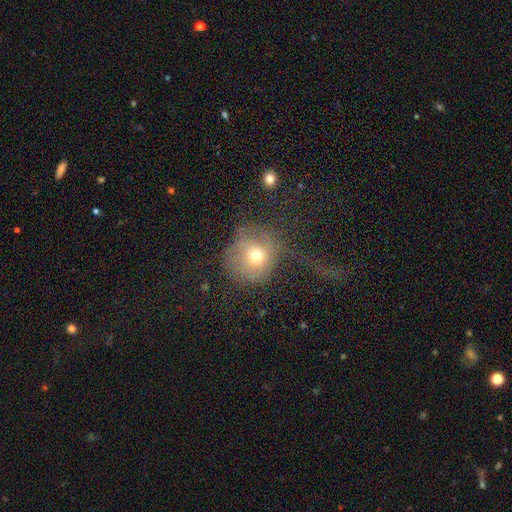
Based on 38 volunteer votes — This is likely a smooth galaxy (74%). How rounded: clearly round (93%). Merging: possibly none (47%).